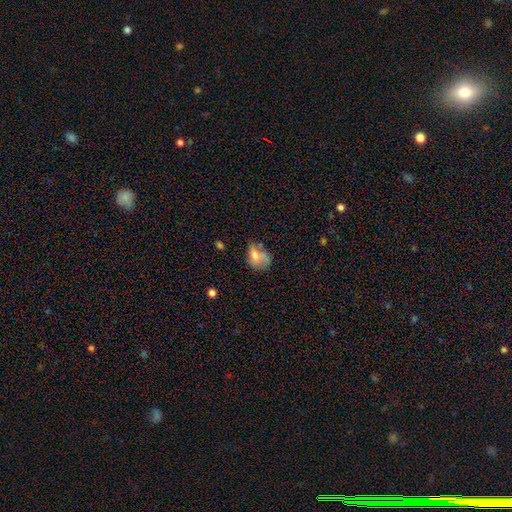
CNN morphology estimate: Overall: smooth (63%; featured or disk 26%). How rounded: in between (63%; round 36%). Merging: none (38%; minor disturbance 30%).